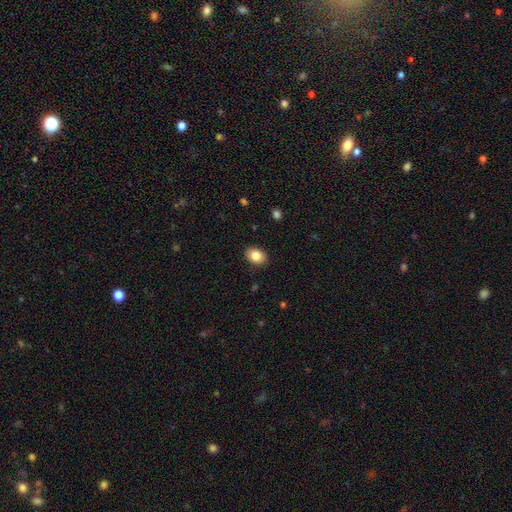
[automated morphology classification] A smooth galaxy with no disk features (86%) that is in between round and cigar-shaped (72%). Merging: none (89%).